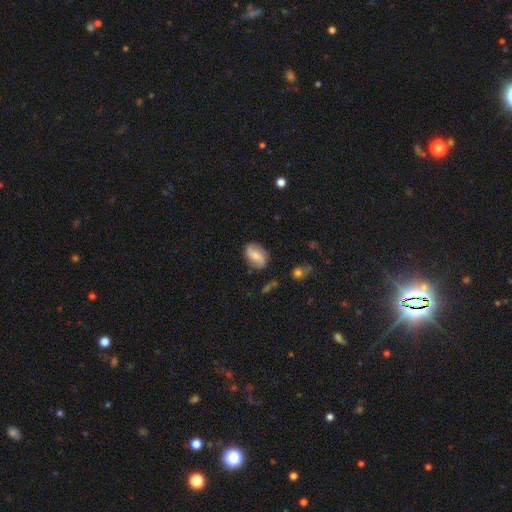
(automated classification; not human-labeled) Smooth or featured?
  - smooth: 60% *
  - featured or disk: 32%
  - star or artifact: 8%
How rounded?
  - in between: 85% *
  - round: 13%
  - cigar-shaped: 2%
Merging?
  - none: 77% *
  - minor disturbance: 17%
  - major disturbance: 4%
  - merger: 2%